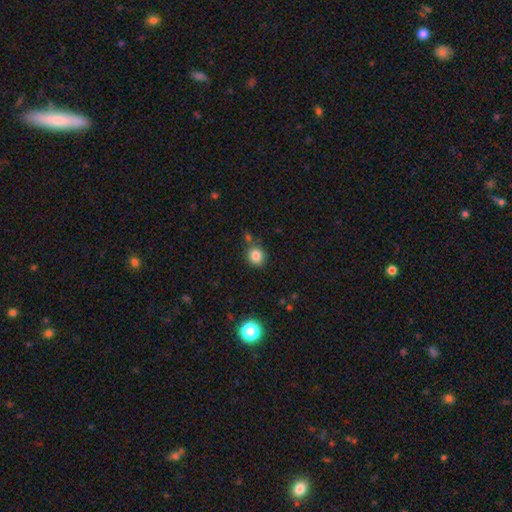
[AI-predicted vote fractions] Overall: smooth (83%). How rounded: round (77%). Merging: none (78%).